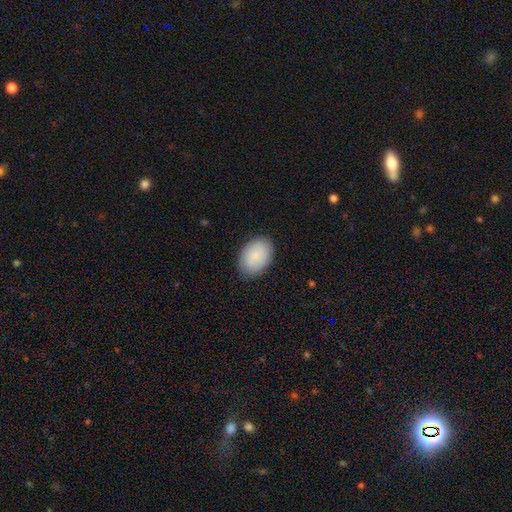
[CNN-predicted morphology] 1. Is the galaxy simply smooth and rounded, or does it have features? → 88% smooth, 6% featured or disk, 6% star or artifact.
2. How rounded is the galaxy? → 86% in between, 13% round, 1% cigar-shaped.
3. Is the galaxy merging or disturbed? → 87% none, 10% minor disturbance, 2% major disturbance, 1% merger.